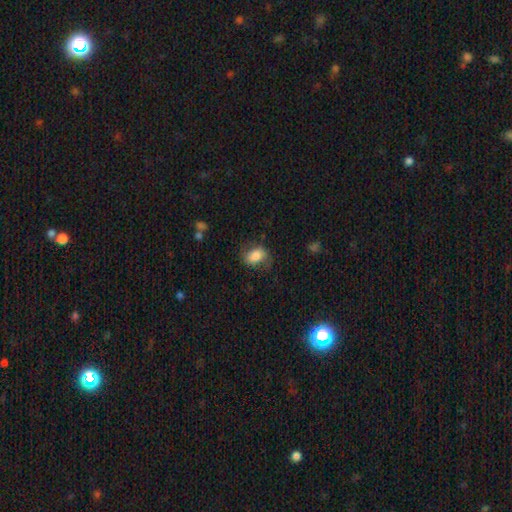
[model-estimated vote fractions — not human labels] This appears to be a smooth galaxy with no disk features (77%) that is in between round and cigar-shaped (81%). Merging: none (64%).